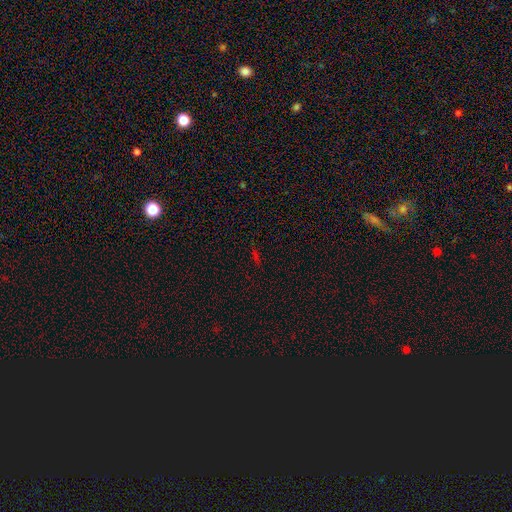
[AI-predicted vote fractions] This is possibly a star or artifact rather than a galaxy (53%).